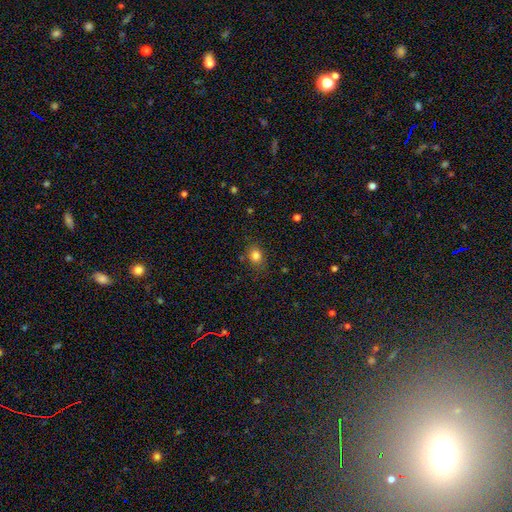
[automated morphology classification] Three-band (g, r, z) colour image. It shows a smooth galaxy with no disk features (82%) that is round (52%). Merging: none (79%).